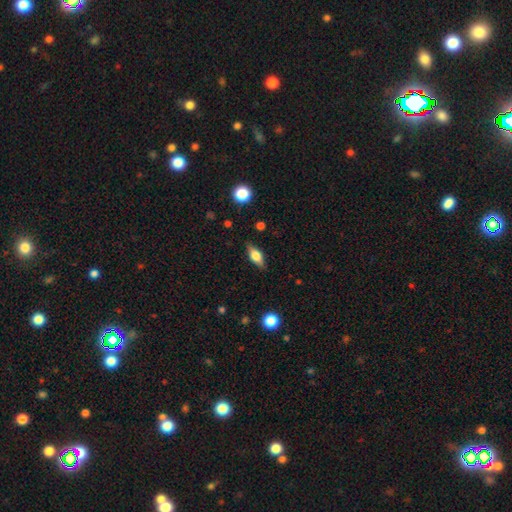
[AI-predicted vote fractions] Smooth or featured: smooth — 53% (featured or disk — 39%)
How rounded: in between — 72% (cigar-shaped — 22%)
Merging: none — 83% (minor disturbance — 12%)